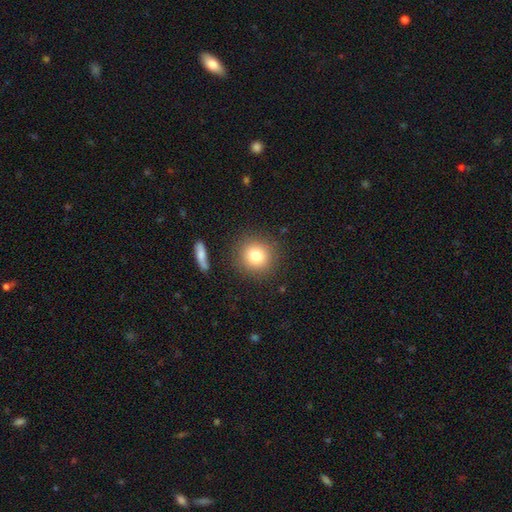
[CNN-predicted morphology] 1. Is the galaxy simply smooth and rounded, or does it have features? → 80% smooth, 11% star or artifact, 9% featured or disk.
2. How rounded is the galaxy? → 91% round, 8% in between, 1% cigar-shaped.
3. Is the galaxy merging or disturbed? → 87% none, 8% minor disturbance, 3% major disturbance, 2% merger.